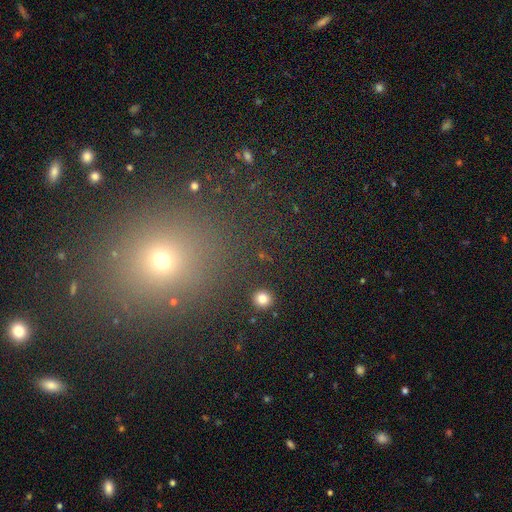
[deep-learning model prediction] This is possibly a smooth galaxy (55%). How rounded: likely round (67%). Merging: clearly none (87%).